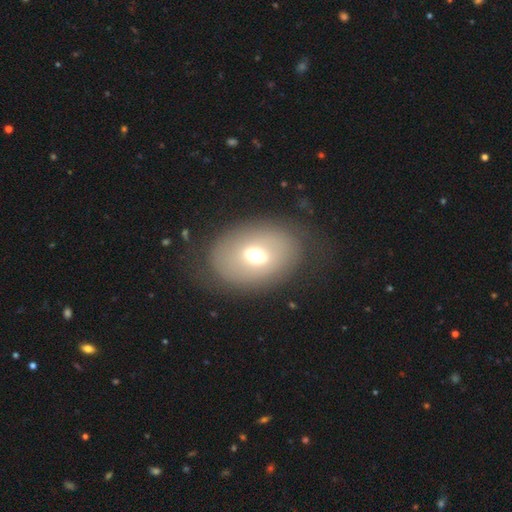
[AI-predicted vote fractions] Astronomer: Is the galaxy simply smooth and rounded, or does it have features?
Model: smooth — 54% (runner-up: featured or disk, 35%).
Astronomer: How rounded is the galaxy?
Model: in between — 72%.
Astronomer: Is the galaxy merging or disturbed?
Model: none — 70%.